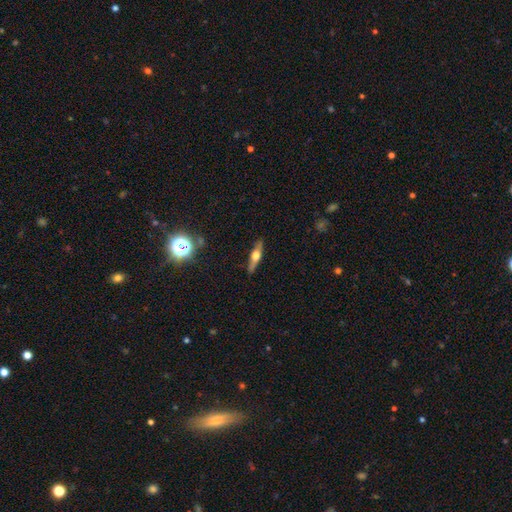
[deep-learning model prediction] featured or disk 63%, smooth 29%, star or artifact 7%. Down the decision tree: edge-on disk — yes (95%); edge-on bulge — rounded (94%); merging — none (88%).